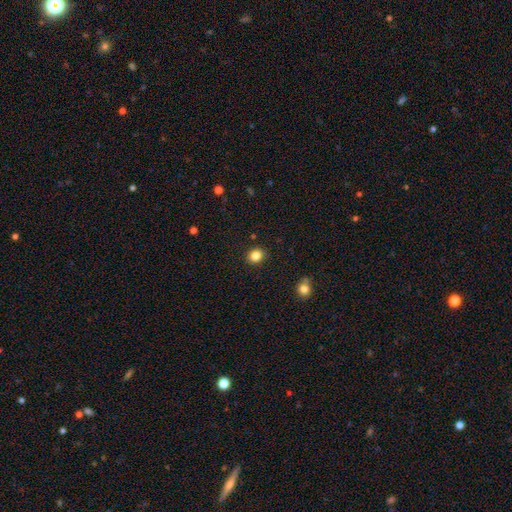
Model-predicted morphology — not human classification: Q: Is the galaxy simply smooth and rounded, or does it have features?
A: smooth — 84%.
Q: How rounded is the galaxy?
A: round — 66%.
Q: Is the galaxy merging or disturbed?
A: none — 90%.